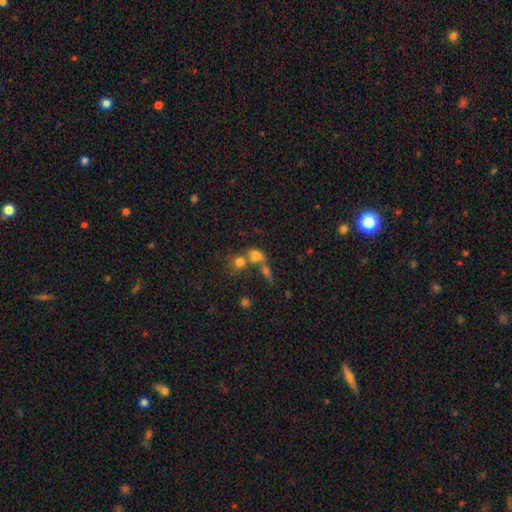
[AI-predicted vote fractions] This is likely a smooth galaxy (68%). How rounded: possibly in between (50%). Merging: possibly merger (57%).